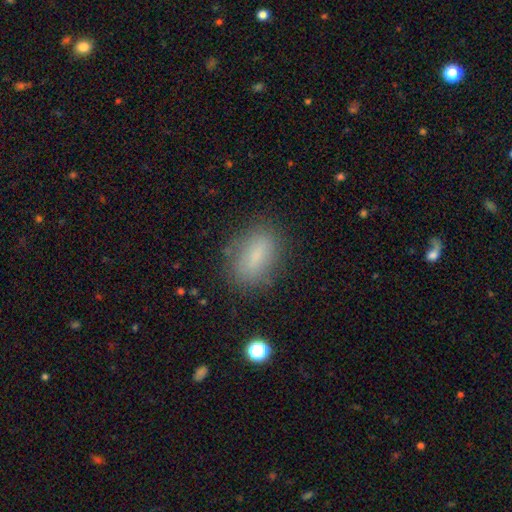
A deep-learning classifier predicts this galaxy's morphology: Smooth or featured? Predicted: smooth (p=0.77). How rounded? Predicted: in between (p=0.85). Merging? Predicted: none (p=0.78).